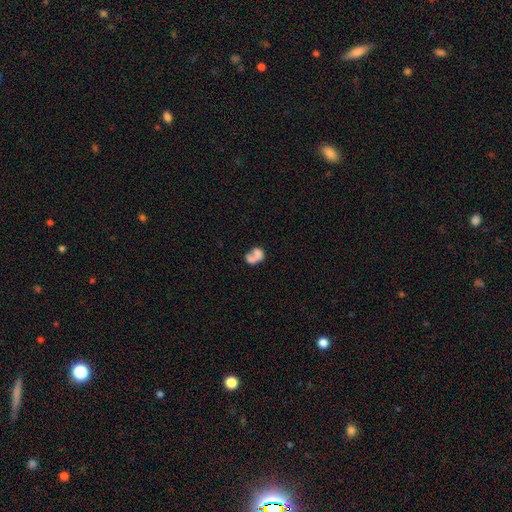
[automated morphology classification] Smooth or featured? Predicted: smooth (p=0.55). How rounded? Predicted: in between (p=0.67). Merging? Predicted: merger (p=0.52).